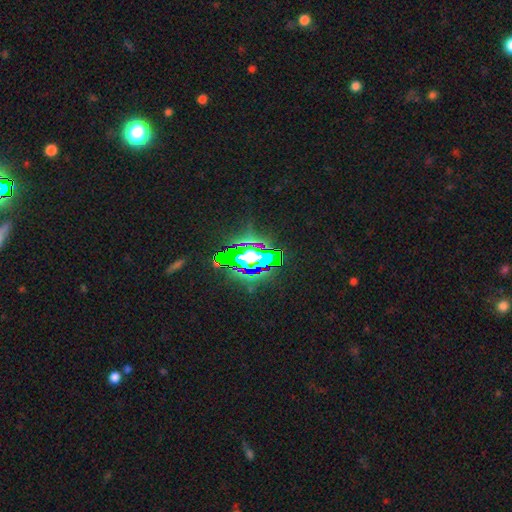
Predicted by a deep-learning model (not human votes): A star or artifact, not a galaxy (59%).

Vote fractions:
- Smooth or featured? star or artifact: 59% / featured or disk: 20% / smooth: 20%